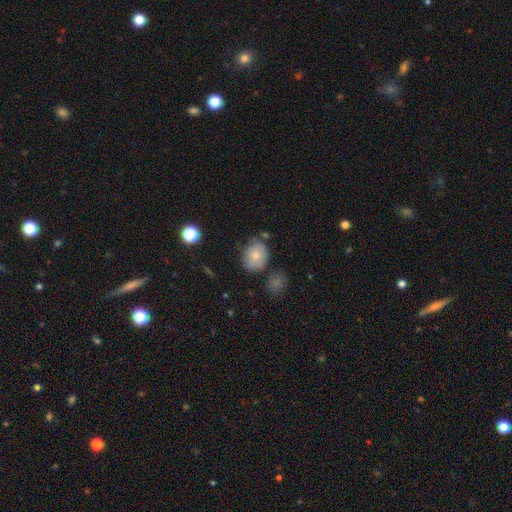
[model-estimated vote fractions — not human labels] Morphology: type=smooth (75%); roundness=round (57%); merging=none (66%).